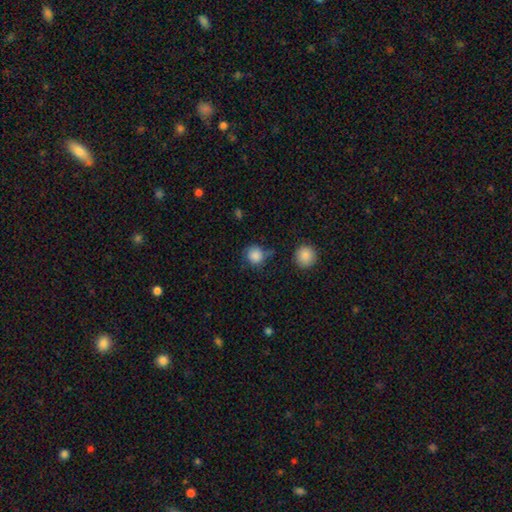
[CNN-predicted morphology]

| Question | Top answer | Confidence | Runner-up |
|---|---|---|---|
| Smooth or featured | smooth | 85% | star or artifact (9%) |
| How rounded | round | 89% | in between (10%) |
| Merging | none | 64% | minor disturbance (21%) |